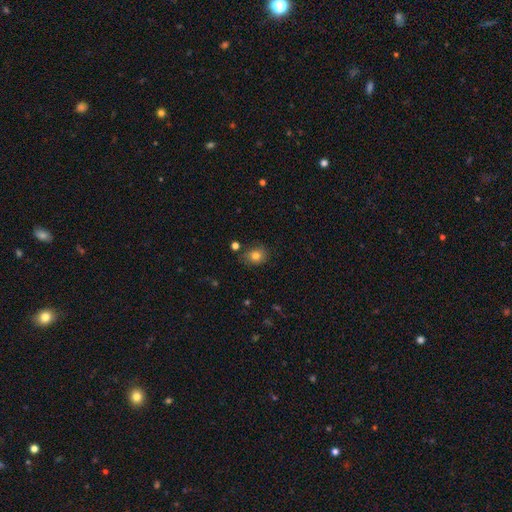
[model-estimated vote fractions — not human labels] smooth-or-featured: smooth: 79% | star or artifact: 12% | featured or disk: 8%
  how-rounded: round: 69% | in between: 30% | cigar-shaped: 1%
  merging: none: 77% | minor disturbance: 16% | major disturbance: 4% | merger: 3%